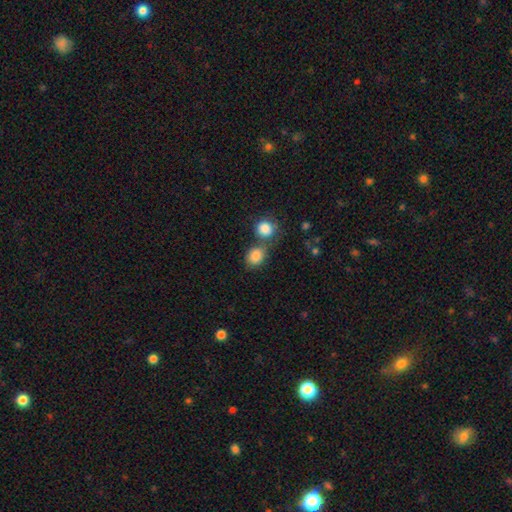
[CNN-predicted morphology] smooth_or_featured: smooth (p=0.85) [alt: star or artifact p=0.09]
how_rounded: round (p=0.57) [alt: in between p=0.42]
merging: none (p=0.49) [alt: merger p=0.36]